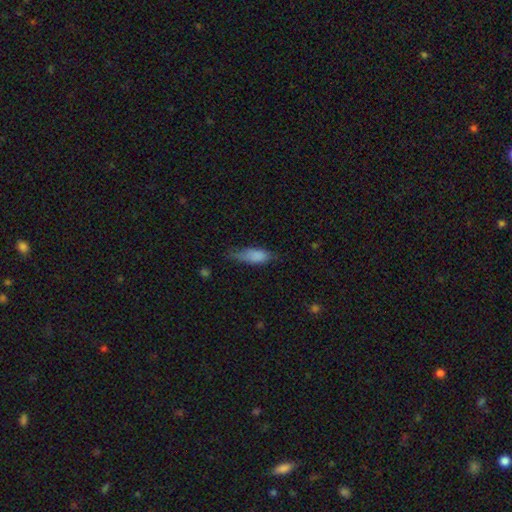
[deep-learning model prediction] Overall: smooth (78%). How rounded: in between (65%; cigar-shaped 33%). Merging: none (47%; minor disturbance 38%).